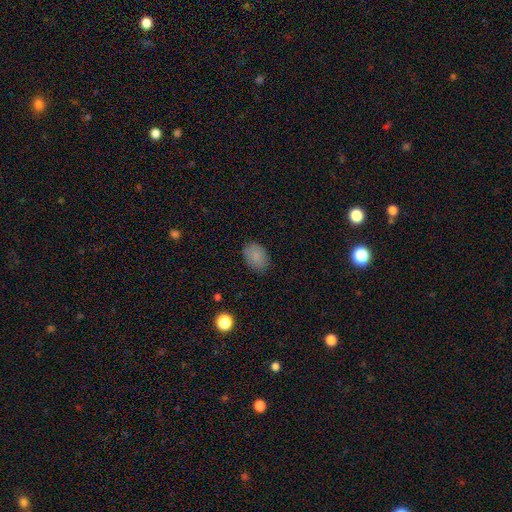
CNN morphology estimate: Q: Smooth or featured?
A: smooth (85%); runner-up: star or artifact (9%)
Q: How rounded?
A: in between (81%); runner-up: round (18%)
Q: Merging?
A: none (83%); runner-up: minor disturbance (13%)